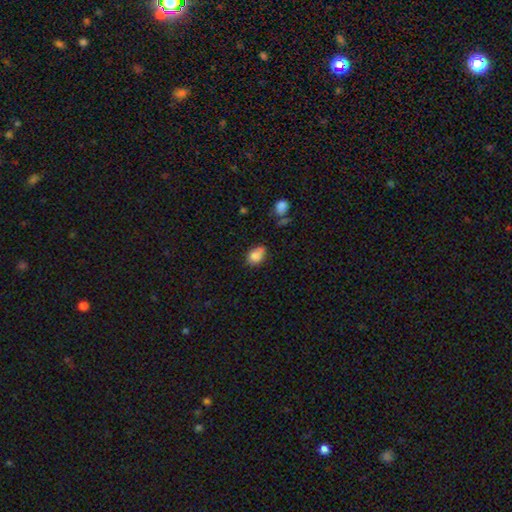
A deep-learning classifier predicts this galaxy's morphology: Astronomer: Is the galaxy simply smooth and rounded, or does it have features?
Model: smooth — 82%.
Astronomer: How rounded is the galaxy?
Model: in between — 71%.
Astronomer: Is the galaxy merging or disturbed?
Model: none — 55%.